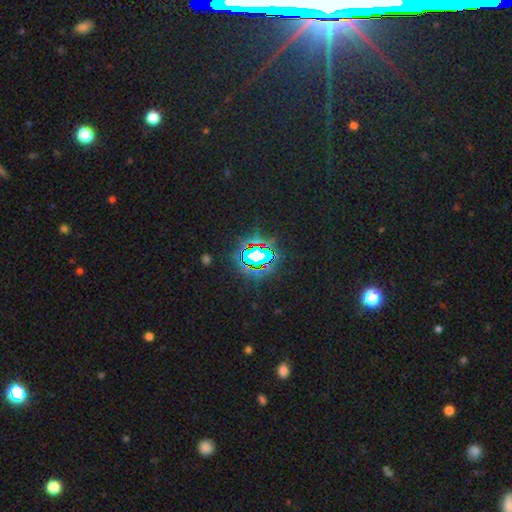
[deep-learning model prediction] Morphology: type=star or artifact (76%).